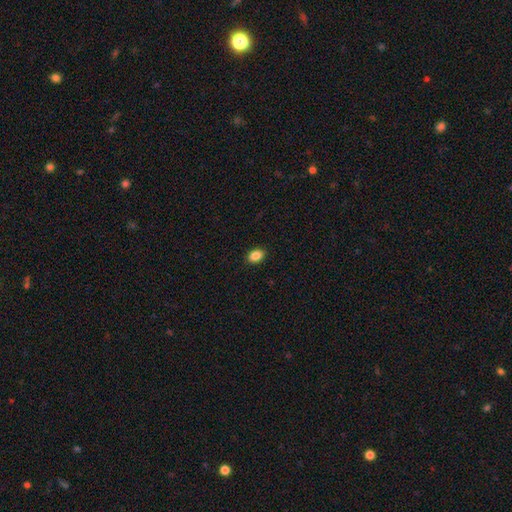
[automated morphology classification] smooth 87%, star or artifact 9%, featured or disk 4%. Down the decision tree: how rounded — in between (76%); merging — none (90%).